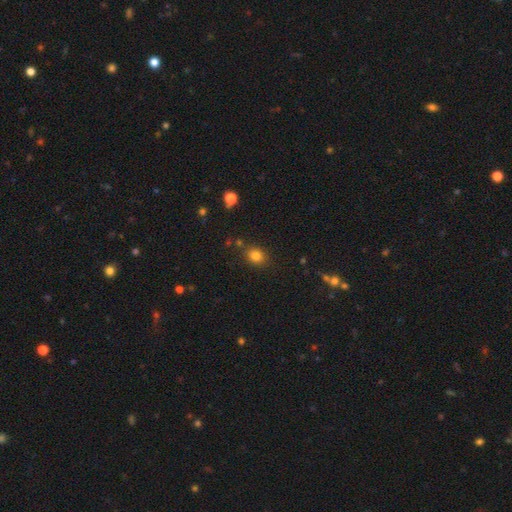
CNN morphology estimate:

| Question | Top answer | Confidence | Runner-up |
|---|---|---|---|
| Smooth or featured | smooth | 81% | star or artifact (13%) |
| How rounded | round | 64% | in between (35%) |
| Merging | none | 83% | minor disturbance (11%) |